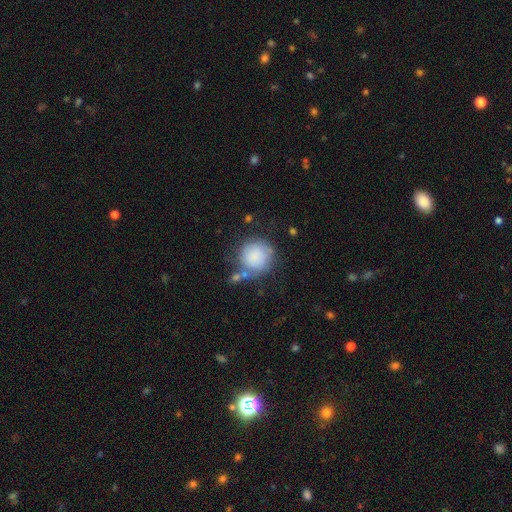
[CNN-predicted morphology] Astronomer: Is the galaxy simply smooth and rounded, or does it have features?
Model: smooth — 79%.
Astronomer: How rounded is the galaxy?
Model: round — 91%.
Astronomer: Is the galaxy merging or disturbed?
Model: none — 54%.